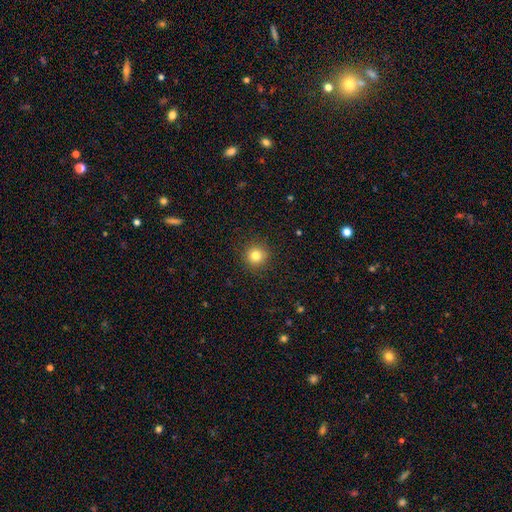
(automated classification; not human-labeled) The model was most divided on "smooth or featured": smooth: 82%, star or artifact: 12%, featured or disk: 6%. More confident: how rounded — round (95%); merging — none (92%).